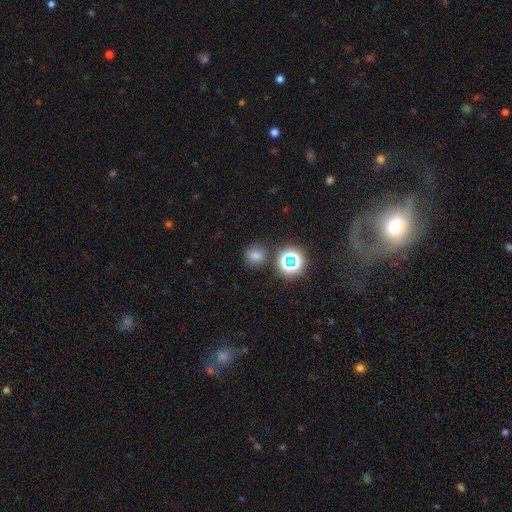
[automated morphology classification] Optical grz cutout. It shows a smooth galaxy with no disk features (61%) that is round (81%). Merging: none (82%).